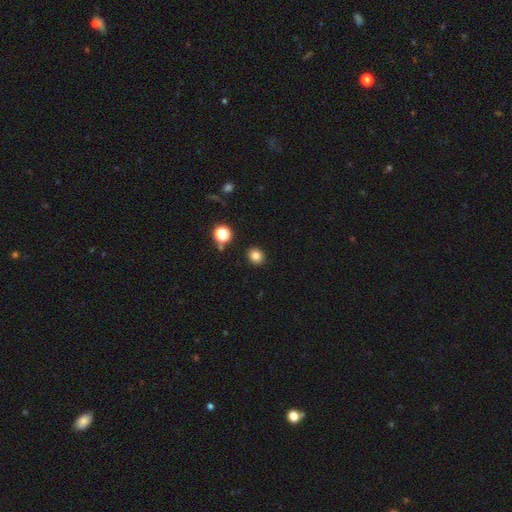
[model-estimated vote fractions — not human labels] Overall: smooth (82%). How rounded: round (74%). Merging: none (90%).